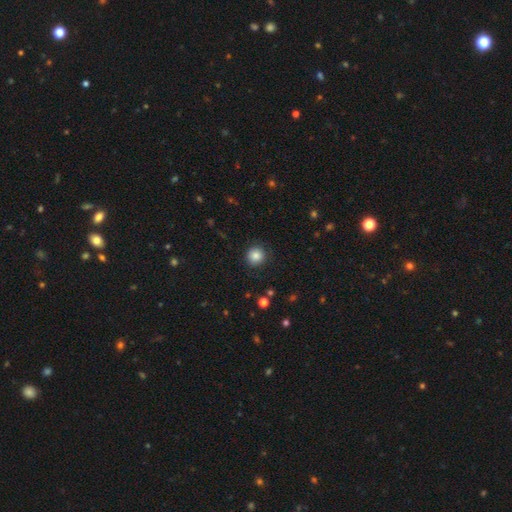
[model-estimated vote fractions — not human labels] smooth_or_featured: smooth (p=0.85) [alt: star or artifact p=0.10]
how_rounded: round (p=0.93) [alt: in between p=0.06]
merging: none (p=0.88) [alt: minor disturbance p=0.08]